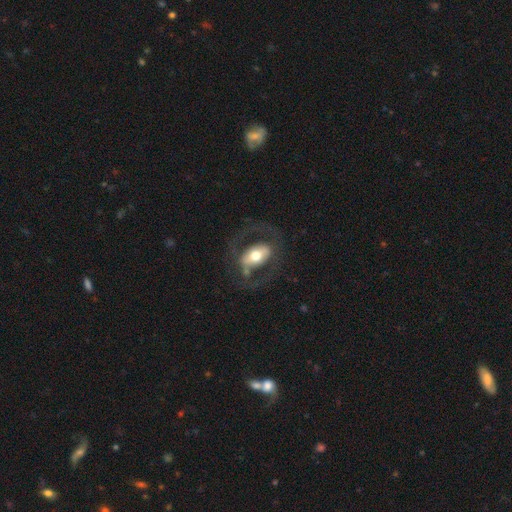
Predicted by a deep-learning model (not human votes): Morphology: type=featured or disk (63%); edge-on=no (91%); bar=strong (38%); spiral arms=no (52%); bulge=moderate (63%); merging=none (66%).